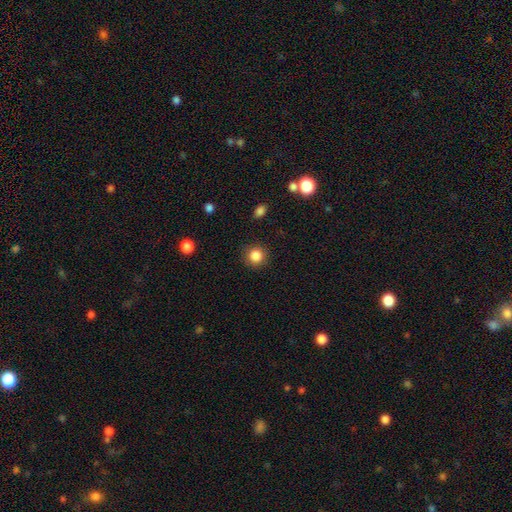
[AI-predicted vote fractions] Smooth or featured: smooth — 85% (star or artifact — 11%)
How rounded: round — 92% (in between — 7%)
Merging: none — 89% (minor disturbance — 7%)